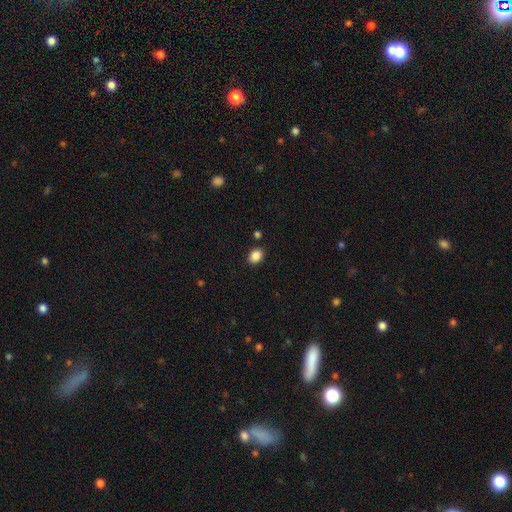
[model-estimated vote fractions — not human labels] This appears to be a smooth galaxy with no disk features (88%) that is in between round and cigar-shaped (74%). Merging: none (87%).